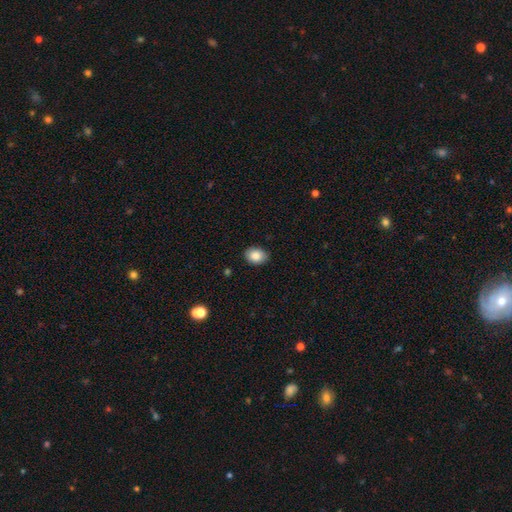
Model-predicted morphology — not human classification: Smooth or featured? Predicted: smooth (p=0.87). How rounded? Predicted: in between (p=0.70). Merging? Predicted: none (p=0.87).